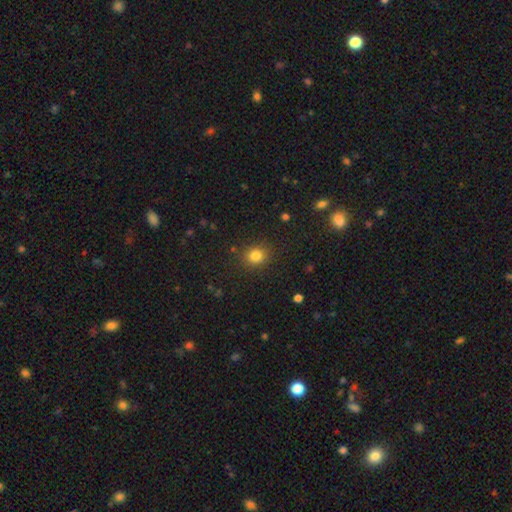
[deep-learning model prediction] smooth_or_featured: smooth (p=0.82) [alt: star or artifact p=0.13]
how_rounded: round (p=0.77) [alt: in between p=0.22]
merging: none (p=0.88) [alt: minor disturbance p=0.08]